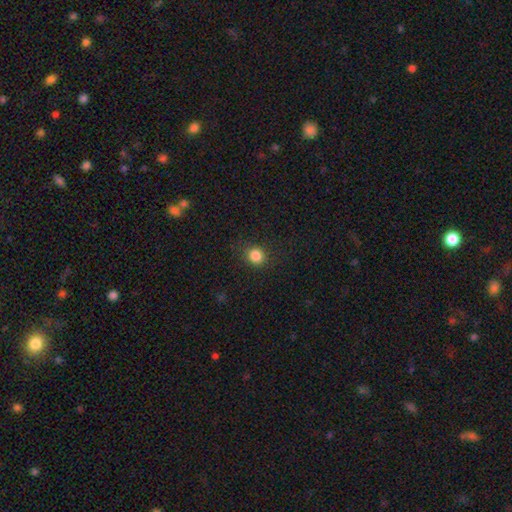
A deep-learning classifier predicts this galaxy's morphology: smooth-or-featured: smooth: 84% | star or artifact: 12% | featured or disk: 4%
  how-rounded: round: 85% | in between: 14% | cigar-shaped: 1%
  merging: none: 87% | minor disturbance: 8% | major disturbance: 3% | merger: 1%